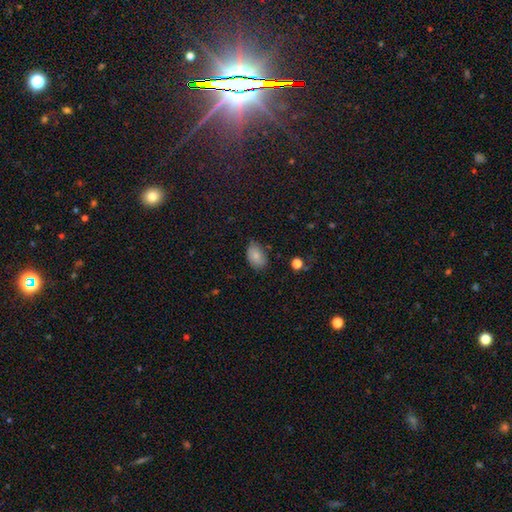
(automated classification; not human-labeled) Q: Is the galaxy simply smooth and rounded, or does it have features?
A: smooth — 77%.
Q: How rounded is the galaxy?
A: in between — 87%.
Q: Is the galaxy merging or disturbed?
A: none — 70%.